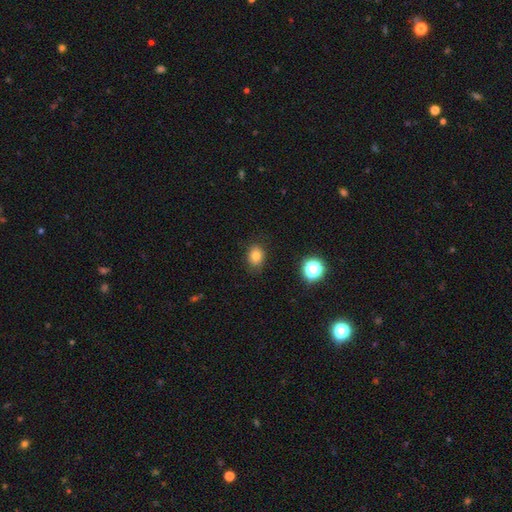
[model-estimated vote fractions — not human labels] Q: Smooth or featured?
A: smooth (79%); runner-up: star or artifact (13%)
Q: How rounded?
A: in between (58%); runner-up: round (41%)
Q: Merging?
A: none (82%); runner-up: minor disturbance (13%)